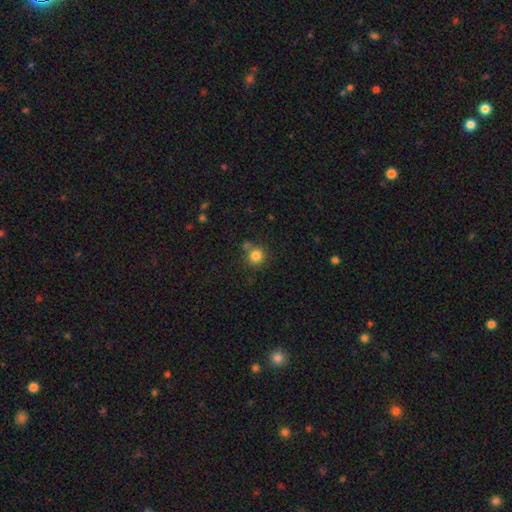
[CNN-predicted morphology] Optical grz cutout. It shows a smooth galaxy with no disk features (83%) that is round (91%). Merging: none (72%).